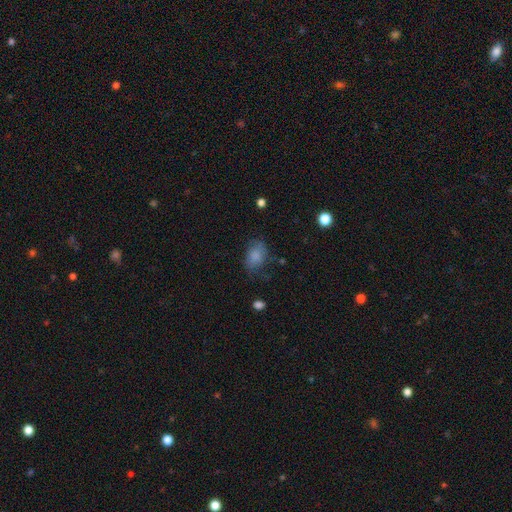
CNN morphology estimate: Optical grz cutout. It shows a smooth galaxy with no disk features (80%) that is in between round and cigar-shaped (78%). Merging: none (59%).